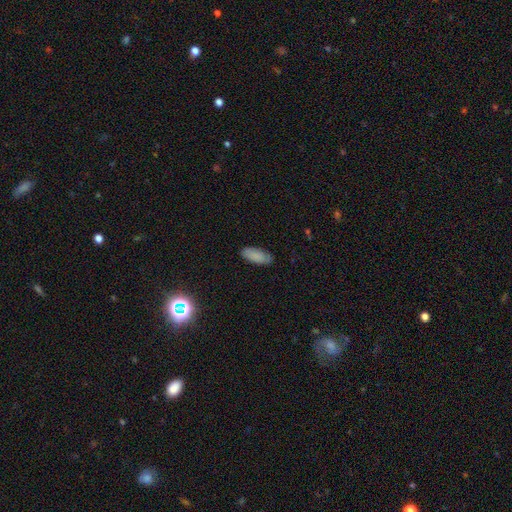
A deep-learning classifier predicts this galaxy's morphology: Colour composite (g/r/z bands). It shows a smooth galaxy with no disk features (86%) that is in between round and cigar-shaped (82%). Merging: none (83%).